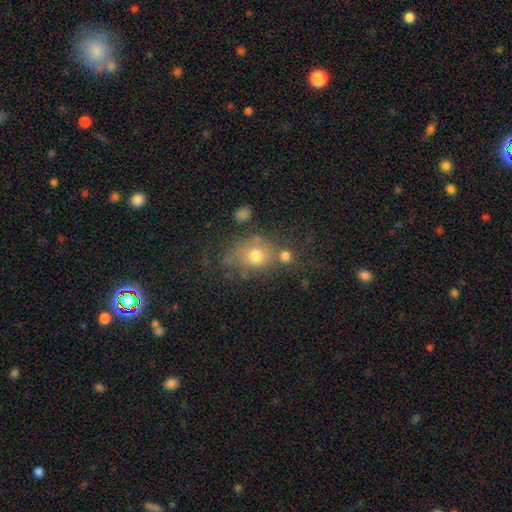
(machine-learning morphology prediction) Q: Smooth or featured?
A: smooth (67%); runner-up: featured or disk (19%)
Q: How rounded?
A: round (53%); runner-up: in between (45%)
Q: Merging?
A: none (44%); runner-up: merger (24%)